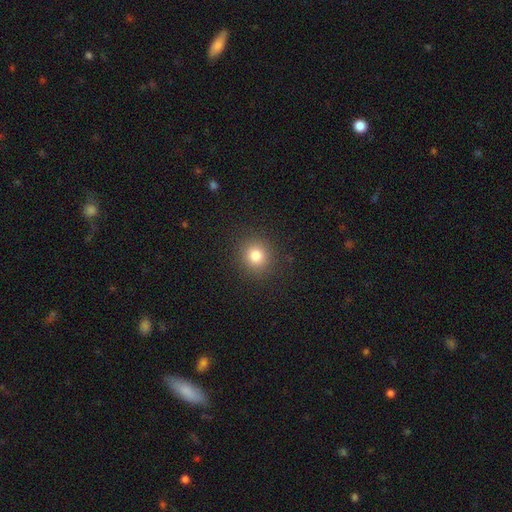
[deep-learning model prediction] Smooth or featured? smooth (80%)
How rounded? round (87%)
Merging? none (90%)